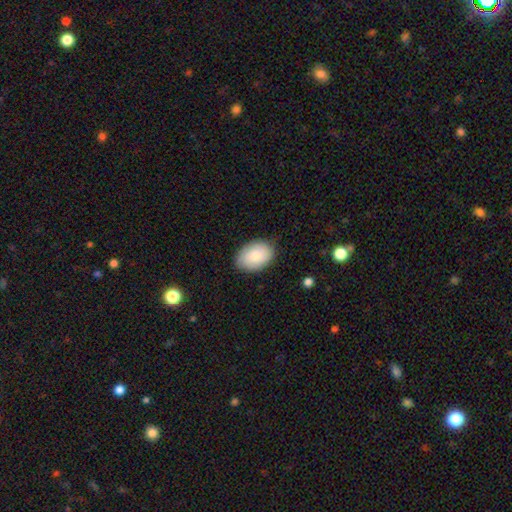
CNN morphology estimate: Smooth or featured?
  - smooth: 85% *
  - featured or disk: 9%
  - star or artifact: 6%
How rounded?
  - in between: 87% *
  - round: 12%
  - cigar-shaped: 1%
Merging?
  - none: 84% *
  - minor disturbance: 13%
  - major disturbance: 3%
  - merger: 1%